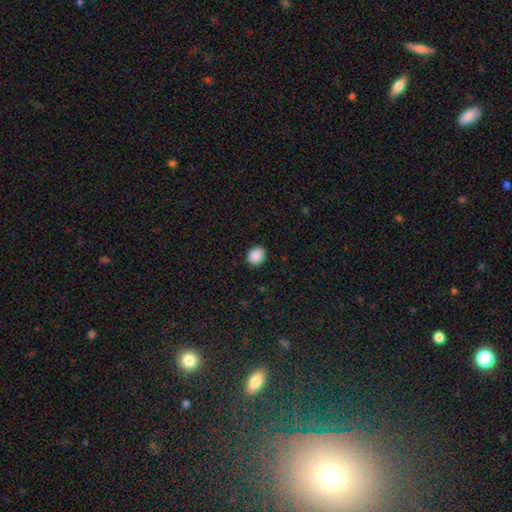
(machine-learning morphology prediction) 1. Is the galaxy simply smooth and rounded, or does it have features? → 89% smooth, 8% star or artifact, 2% featured or disk.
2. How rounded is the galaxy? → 67% round, 32% in between, 1% cigar-shaped.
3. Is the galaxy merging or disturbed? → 88% none, 8% minor disturbance, 2% major disturbance, 1% merger.